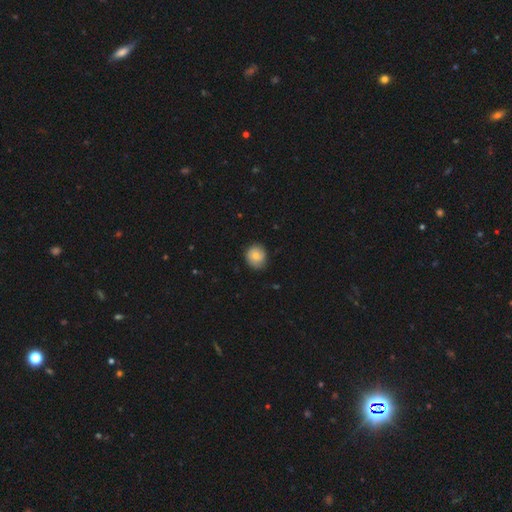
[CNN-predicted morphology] A smooth galaxy with no disk features (73%) that is round (81%). Merging: none (74%).